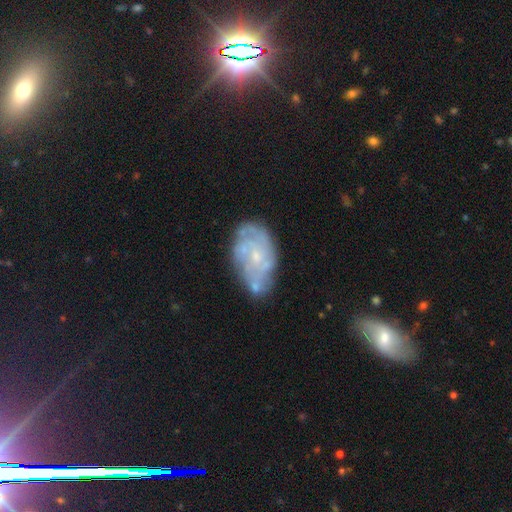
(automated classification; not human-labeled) The model was most divided on "spiral winding": tight: 54%, medium: 33%, loose: 13%. More confident: edge-on disk — no (96%); spiral arms — yes (74%); bar — no (73%); smooth or featured — featured or disk (71%); bulge size — small (71%); merging — none (58%); spiral arm count — can't tell (52%).